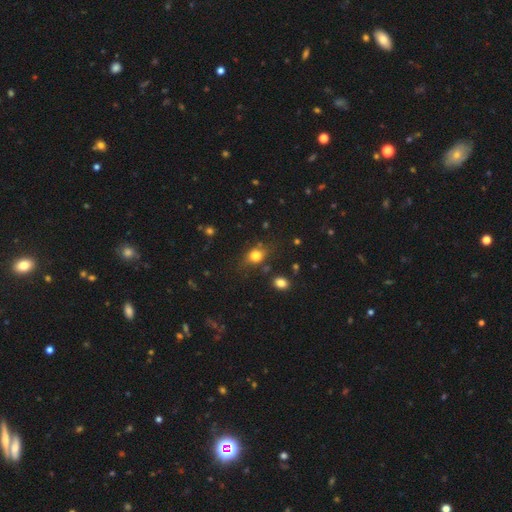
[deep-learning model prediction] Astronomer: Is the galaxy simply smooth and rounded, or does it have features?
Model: smooth — 78%.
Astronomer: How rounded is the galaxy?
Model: in between — 50% (runner-up: round, 48%).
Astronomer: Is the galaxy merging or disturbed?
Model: none — 70%.